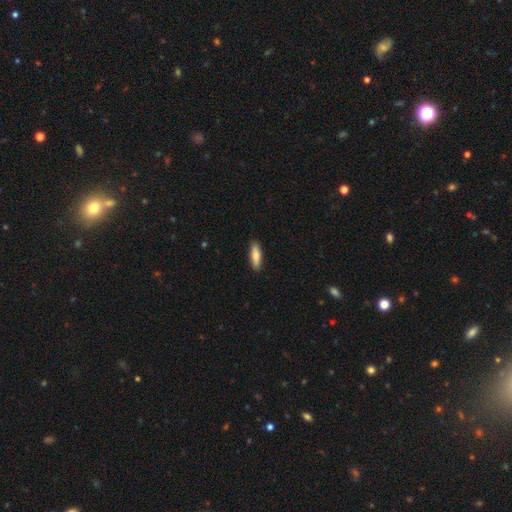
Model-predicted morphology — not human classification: Smooth or featured? Predicted: smooth (p=0.80). How rounded? Predicted: cigar-shaped (p=0.55). Merging? Predicted: none (p=0.90).